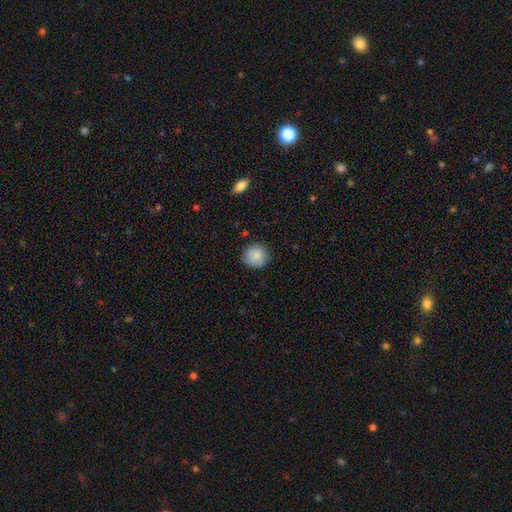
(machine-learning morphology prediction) Smooth or featured? smooth (86%)
How rounded? round (92%)
Merging? none (85%)